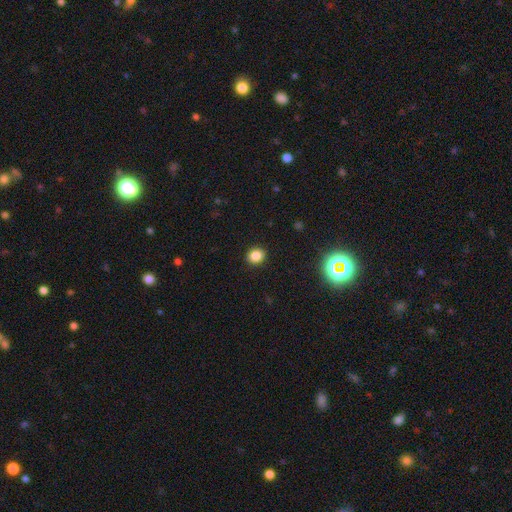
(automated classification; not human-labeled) Smooth or featured? smooth (84%)
How rounded? round (74%)
Merging? none (92%)